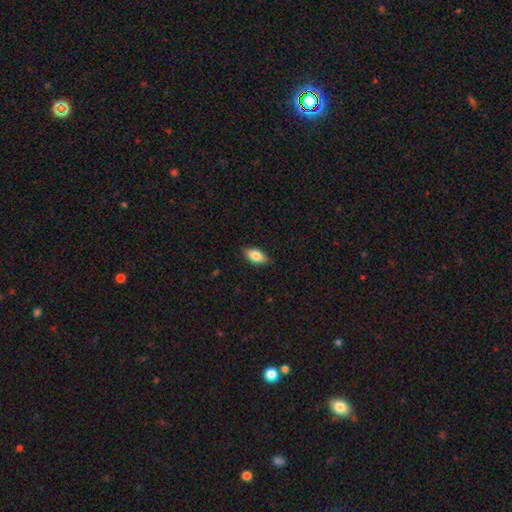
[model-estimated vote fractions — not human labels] This appears to be a smooth galaxy with no disk features (80%) that is in between round and cigar-shaped (88%). Merging: none (87%).